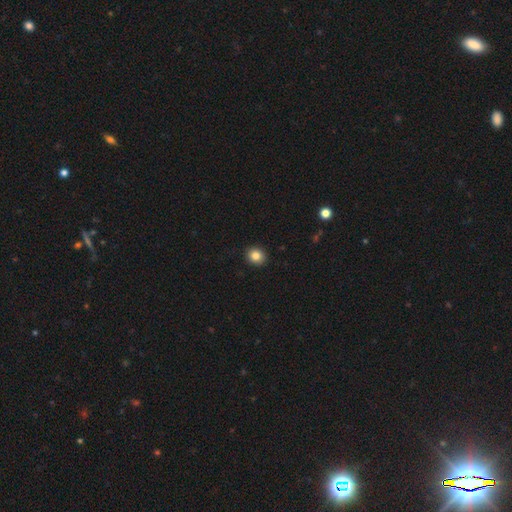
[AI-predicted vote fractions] Morphology: type=smooth (84%); roundness=round (79%); merging=none (92%).